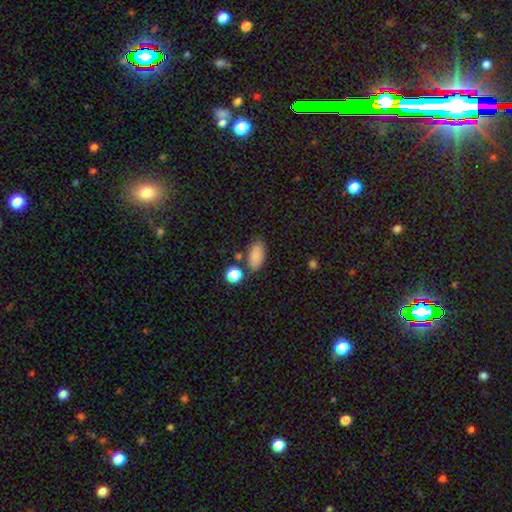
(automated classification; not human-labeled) Smooth or featured?
  - smooth: 85% *
  - star or artifact: 9%
  - featured or disk: 6%
How rounded?
  - in between: 91% *
  - round: 5%
  - cigar-shaped: 4%
Merging?
  - none: 75% *
  - minor disturbance: 14%
  - merger: 7%
  - major disturbance: 4%